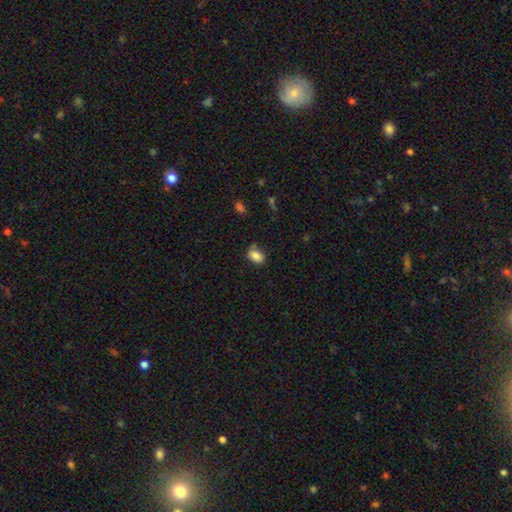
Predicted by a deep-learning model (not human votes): smooth 84%, star or artifact 9%, featured or disk 7%. Down the decision tree: how rounded — in between (84%); merging — none (68%).